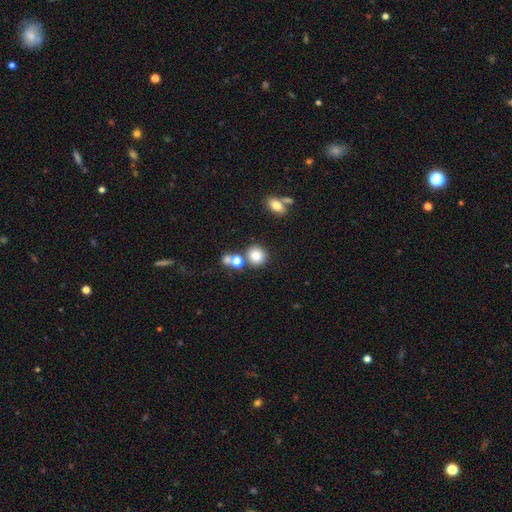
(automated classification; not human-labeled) Overall: smooth (79%). How rounded: round (87%). Merging: none (71%).